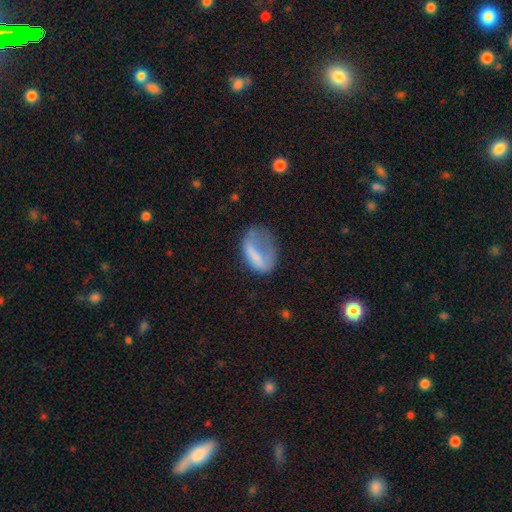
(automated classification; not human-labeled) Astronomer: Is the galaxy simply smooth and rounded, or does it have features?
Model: smooth — 61%.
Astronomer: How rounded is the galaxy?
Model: in between — 81%.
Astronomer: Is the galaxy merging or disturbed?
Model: major disturbance — 47% (runner-up: minor disturbance, 25%).